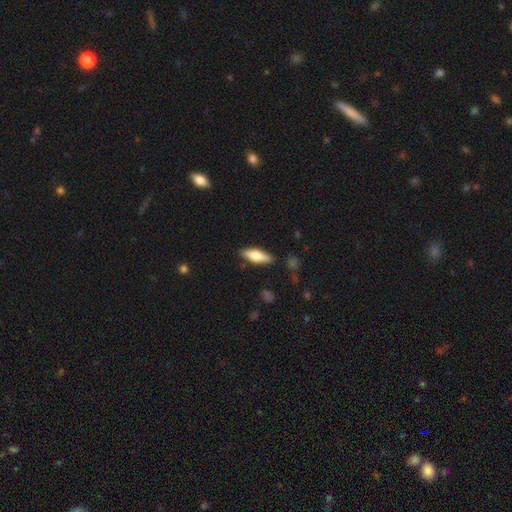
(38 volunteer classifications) A smooth galaxy with no disk features (61%) that is in between round and cigar-shaped (74%).

Vote fractions:
- Smooth or featured? smooth: 61% / featured or disk: 39% / star or artifact: 0%
- How rounded? in between: 74% / cigar-shaped: 26% / round: 0%
- Merging? none: 89% / minor disturbance: 8% / major disturbance: 3% / merger: 0%